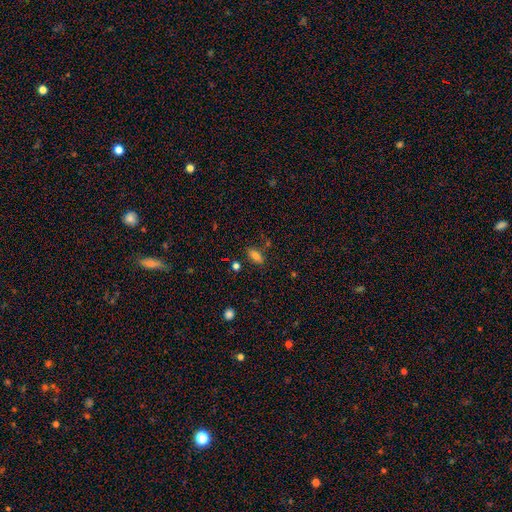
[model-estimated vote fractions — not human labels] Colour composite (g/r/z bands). It shows a smooth galaxy with no disk features (76%) that is in between round and cigar-shaped (82%). Merging: none (79%).